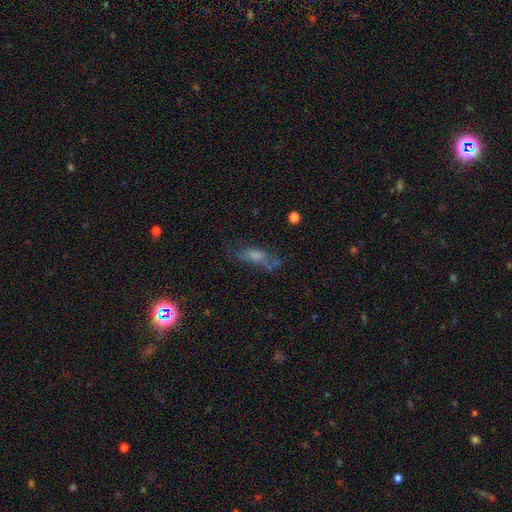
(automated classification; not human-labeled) The model was most divided on "smooth or featured": smooth: 42%, featured or disk: 34%, star or artifact: 24%. More confident: merging — none (56%).